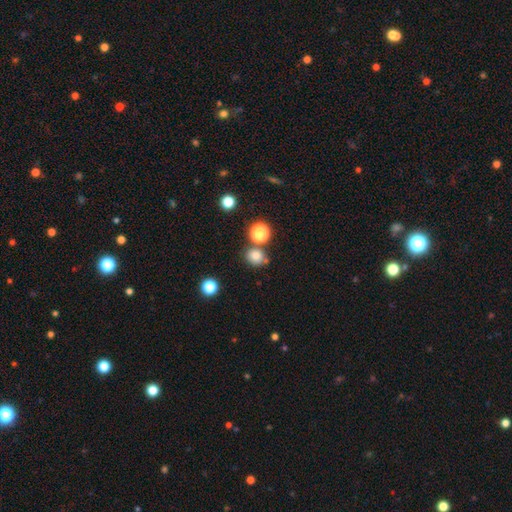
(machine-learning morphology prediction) smooth 79%, star or artifact 15%, featured or disk 6%. Down the decision tree: how rounded — round (69%); merging — none (69%).